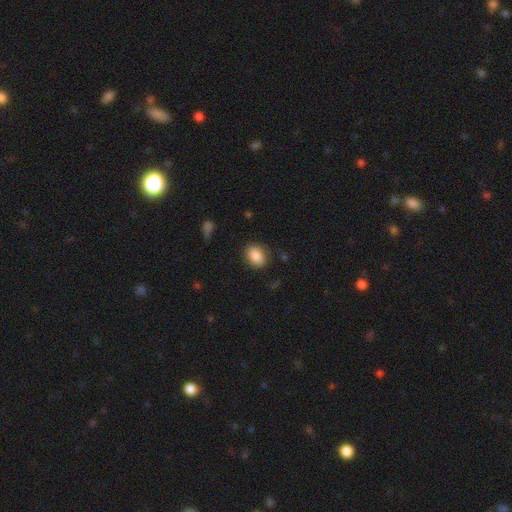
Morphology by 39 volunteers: A smooth galaxy with no disk features (90%) that is in between round and cigar-shaped (66%). Merging: none (83%).